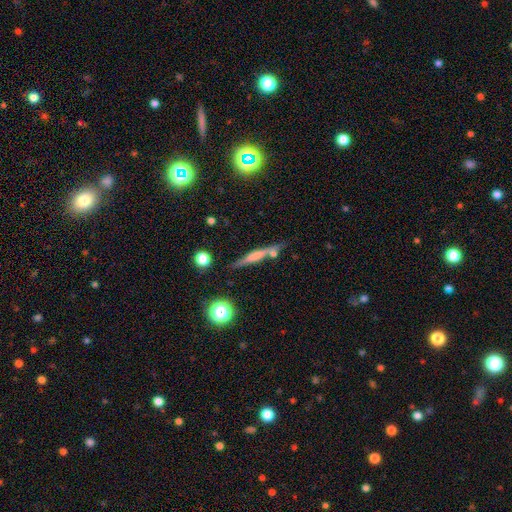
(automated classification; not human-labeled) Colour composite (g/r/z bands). It shows a featured or disk galaxy (50%). Merging: none (69%).